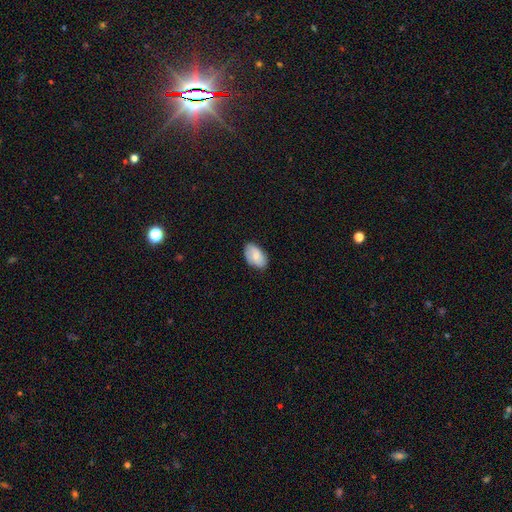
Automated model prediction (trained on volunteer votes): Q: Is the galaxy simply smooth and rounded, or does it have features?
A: smooth — 71%.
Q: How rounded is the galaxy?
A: in between — 93%.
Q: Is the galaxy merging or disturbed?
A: none — 81%.